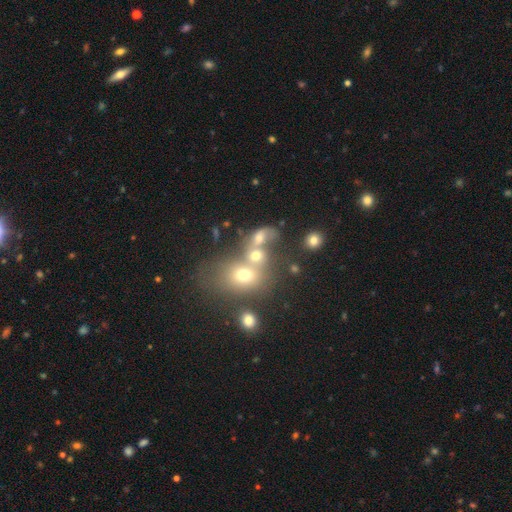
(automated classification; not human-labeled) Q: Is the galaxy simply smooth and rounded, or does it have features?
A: smooth — 61%.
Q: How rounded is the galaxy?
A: round — 58%.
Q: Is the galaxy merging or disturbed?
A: merger — 56%.